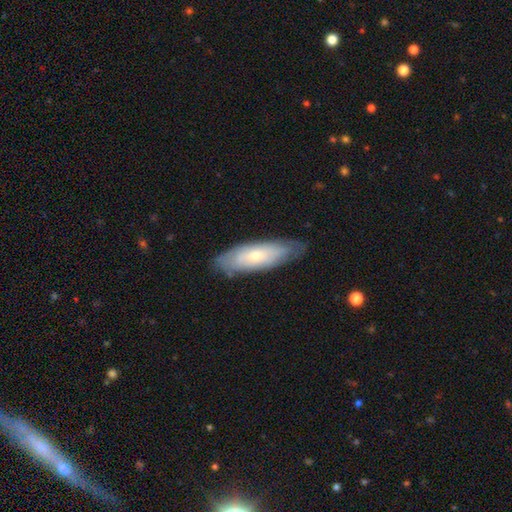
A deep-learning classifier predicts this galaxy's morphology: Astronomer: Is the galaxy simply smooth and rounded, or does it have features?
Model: smooth — 48% (runner-up: featured or disk, 45%).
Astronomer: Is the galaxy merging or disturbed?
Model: none — 77%.